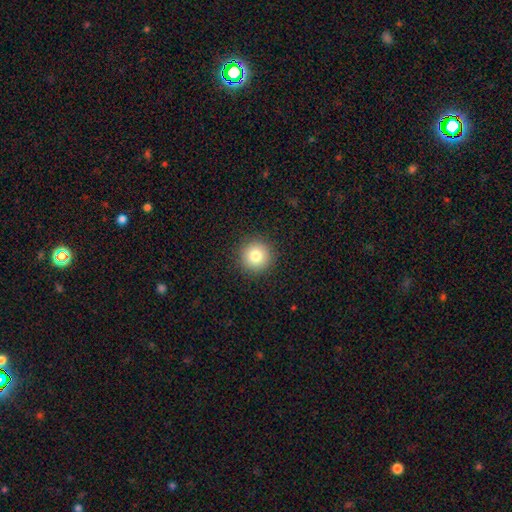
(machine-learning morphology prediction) Smooth or featured: smooth — 81% (star or artifact — 11%)
How rounded: round — 95% (in between — 4%)
Merging: none — 92% (minor disturbance — 5%)